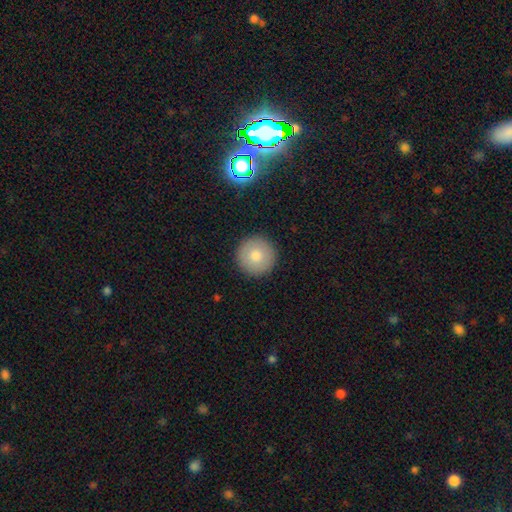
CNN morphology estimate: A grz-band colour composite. It shows a smooth galaxy with no disk features (79%) that is round (97%). Merging: none (92%).